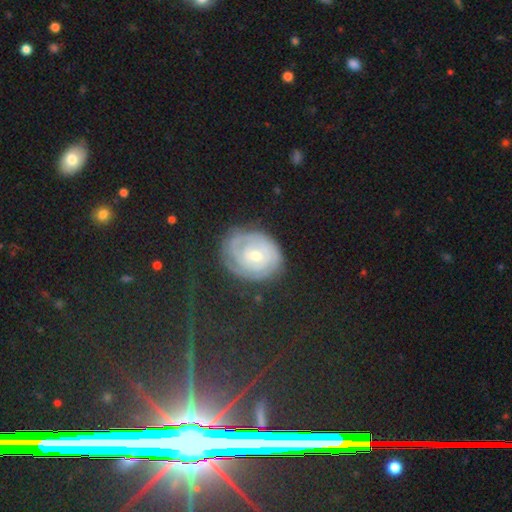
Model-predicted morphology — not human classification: featured or disk 70%, smooth 17%, star or artifact 13%. Down the decision tree: edge-on disk — no (97%); bar — no (66%); spiral arms — yes (85%); spiral arm count — can't tell (50%); spiral winding — tight (80%); bulge size — moderate (54%); merging — none (71%).